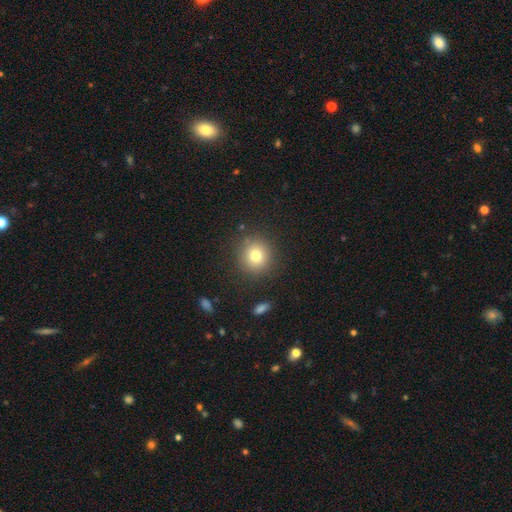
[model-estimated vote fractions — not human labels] Smooth or featured: smooth — 76% (star or artifact — 13%)
How rounded: round — 92% (in between — 7%)
Merging: none — 88% (minor disturbance — 8%)